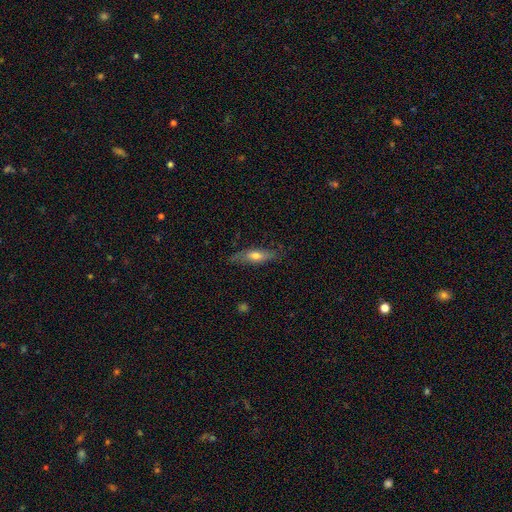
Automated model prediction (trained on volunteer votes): smooth-or-featured: smooth: 57% | featured or disk: 37% | star or artifact: 7%
  how-rounded: cigar-shaped: 56% | in between: 41% | round: 3%
  merging: none: 77% | minor disturbance: 17% | major disturbance: 4% | merger: 1%